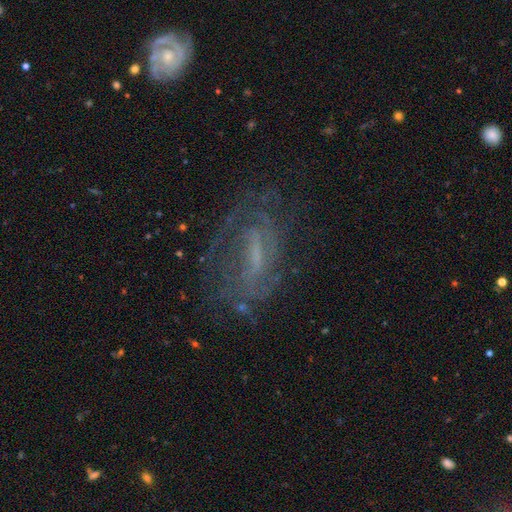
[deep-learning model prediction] Morphology: type=featured or disk (65%); edge-on=no (88%); bar=weak (42%); spiral arms=yes (67%); bulge=small (40%); merging=none (60%).